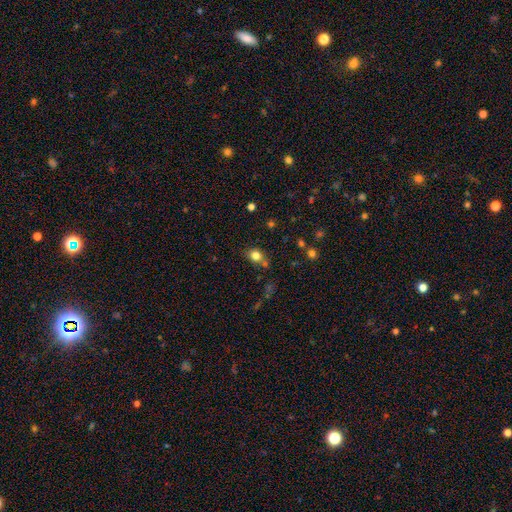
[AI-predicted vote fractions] smooth-or-featured: smooth: 80% | star or artifact: 12% | featured or disk: 8%
  how-rounded: round: 52% | in between: 47% | cigar-shaped: 1%
  merging: none: 66% | minor disturbance: 19% | merger: 10% | major disturbance: 5%